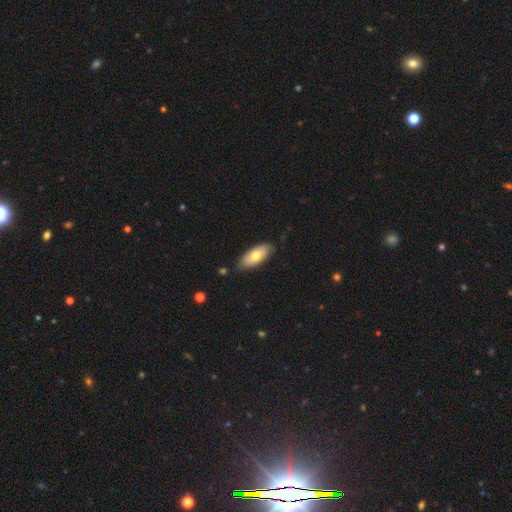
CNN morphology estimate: smooth-or-featured: smooth: 69% | featured or disk: 25% | star or artifact: 6%
  how-rounded: in between: 84% | cigar-shaped: 13% | round: 2%
  merging: none: 81% | minor disturbance: 15% | major disturbance: 2% | merger: 2%